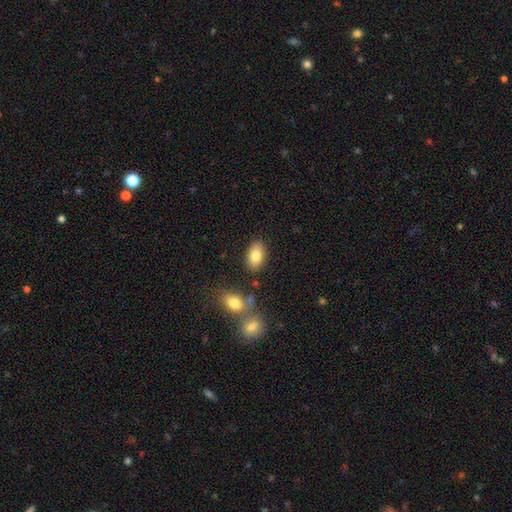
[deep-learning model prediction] This is clearly a smooth galaxy (81%). How rounded: clearly in between (91%). Merging: clearly none (83%).